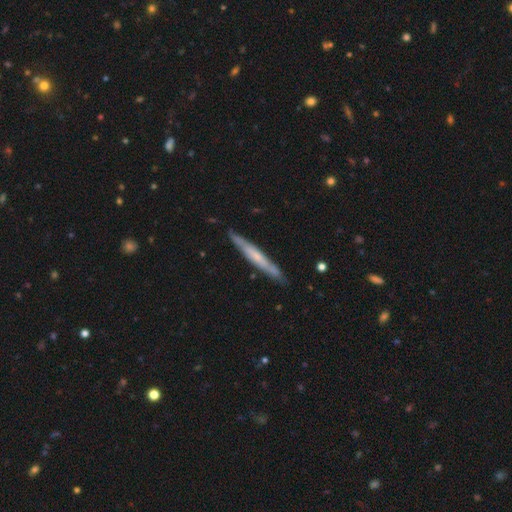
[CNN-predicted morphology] Smooth or featured?
  - featured or disk: 55% *
  - smooth: 39%
  - star or artifact: 6%
Edge-on disk?
  - yes: 89% *
  - no: 11%
Merging?
  - none: 85% *
  - minor disturbance: 11%
  - major disturbance: 2%
  - merger: 1%